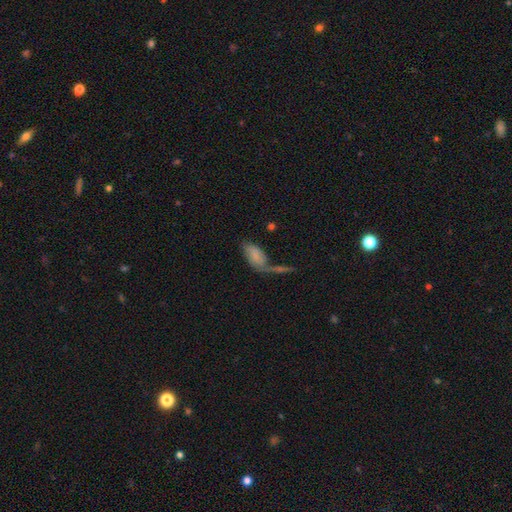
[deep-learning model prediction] Smooth or featured?
  - smooth: 72% *
  - featured or disk: 20%
  - star or artifact: 8%
How rounded?
  - in between: 90% *
  - cigar-shaped: 7%
  - round: 3%
Merging?
  - merger: 37% *
  - none: 34%
  - minor disturbance: 16%
  - major disturbance: 13%